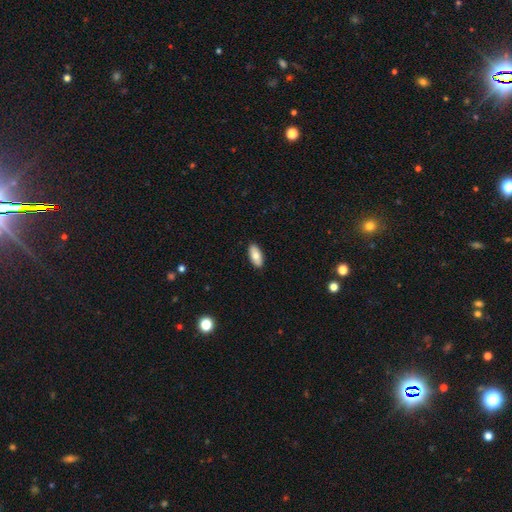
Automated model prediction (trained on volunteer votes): This appears to be a smooth galaxy with no disk features (78%) that is in between round and cigar-shaped (89%). Merging: none (90%).